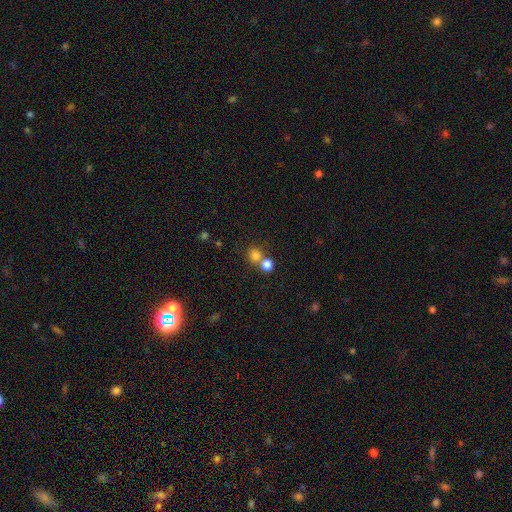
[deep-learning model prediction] The model was most divided on "merging": none: 52%, merger: 39%, minor disturbance: 6%, major disturbance: 3%. More confident: how rounded — round (88%); smooth or featured — smooth (78%).